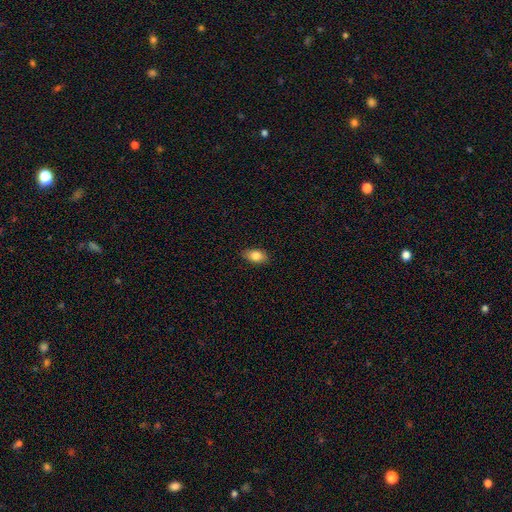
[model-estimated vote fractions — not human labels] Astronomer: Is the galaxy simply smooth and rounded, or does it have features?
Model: smooth — 82%.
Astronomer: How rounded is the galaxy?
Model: in between — 88%.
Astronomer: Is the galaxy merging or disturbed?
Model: none — 87%.